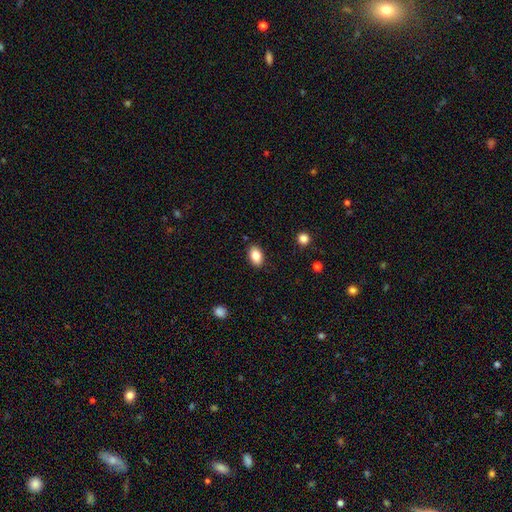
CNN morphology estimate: smooth 85%, star or artifact 8%, featured or disk 7%. Down the decision tree: how rounded — in between (88%); merging — none (87%).